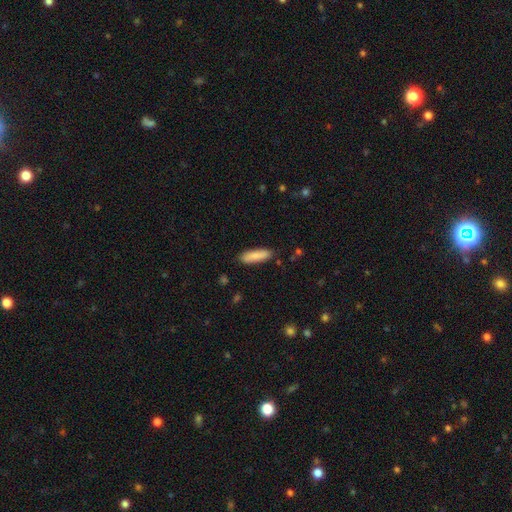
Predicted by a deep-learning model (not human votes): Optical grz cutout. It shows a smooth galaxy with no disk features (84%) that is cigar-shaped (58%). Merging: none (86%).